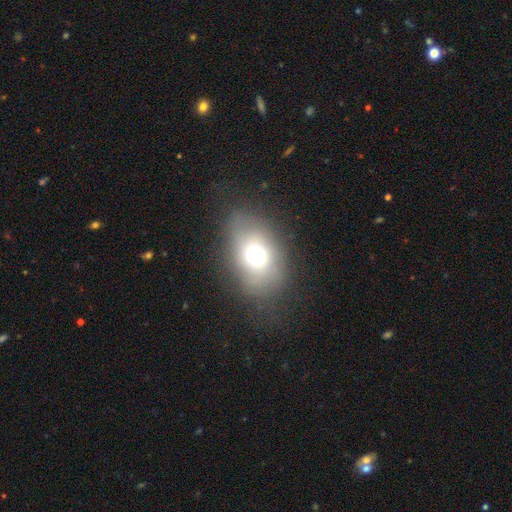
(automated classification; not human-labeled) Morphology: type=smooth (64%); roundness=in between (63%); merging=none (66%).